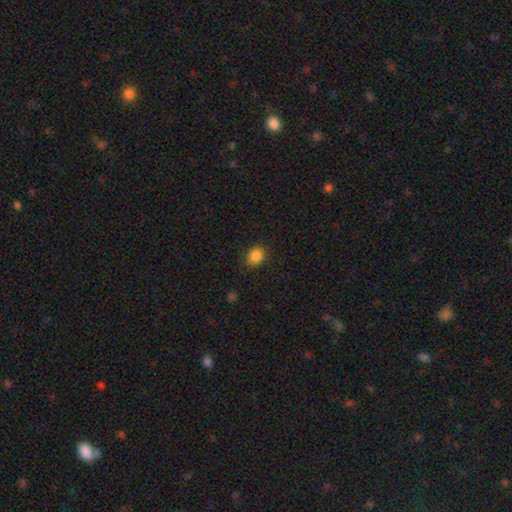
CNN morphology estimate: type=smooth (86%); roundness=round (58%); merging=none (87%).